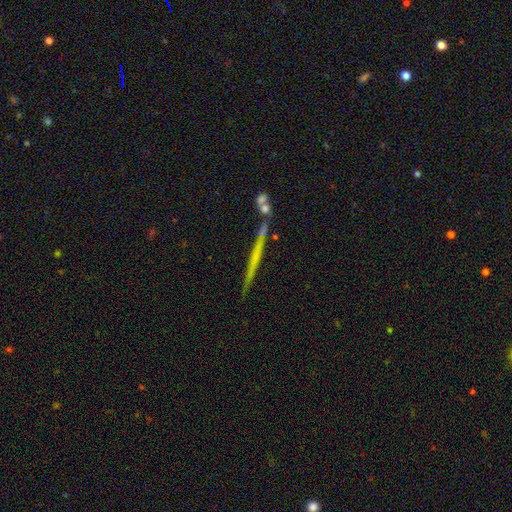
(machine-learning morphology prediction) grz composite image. It shows a featured or disk galaxy (55%) viewed edge-on (95%) with no central bulge (86%). Merging: none (80%).